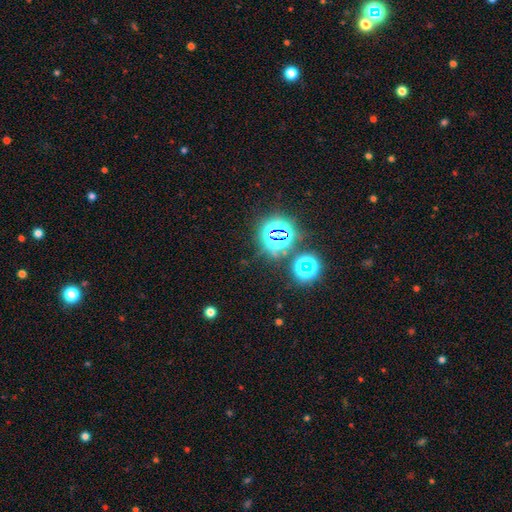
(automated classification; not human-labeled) Q: Smooth or featured?
A: star or artifact (79%); runner-up: smooth (14%)